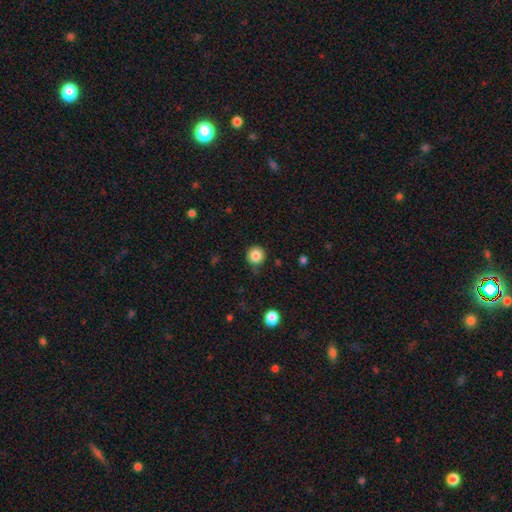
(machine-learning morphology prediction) A smooth galaxy with no disk features (85%) that is round (94%).

Vote fractions:
- Smooth or featured? smooth: 85% / star or artifact: 10% / featured or disk: 5%
- How rounded? round: 94% / in between: 5% / cigar-shaped: 1%
- Merging? none: 83% / minor disturbance: 12% / major disturbance: 3% / merger: 2%